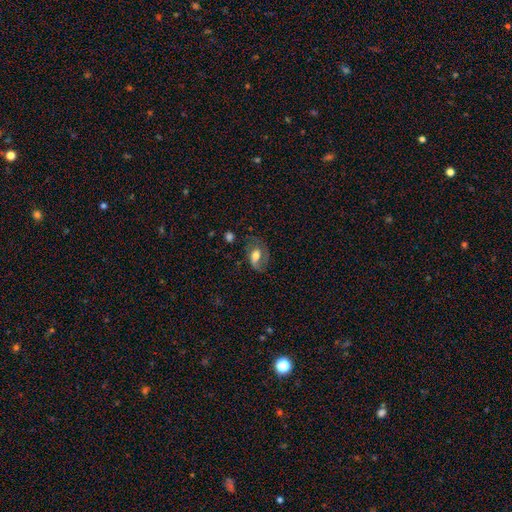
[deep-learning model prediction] smooth_or_featured: featured or disk (p=0.50) [alt: smooth p=0.41]
disk_edge_on: no (p=0.94) [alt: yes p=0.06]
merging: none (p=0.50) [alt: minor disturbance p=0.25]